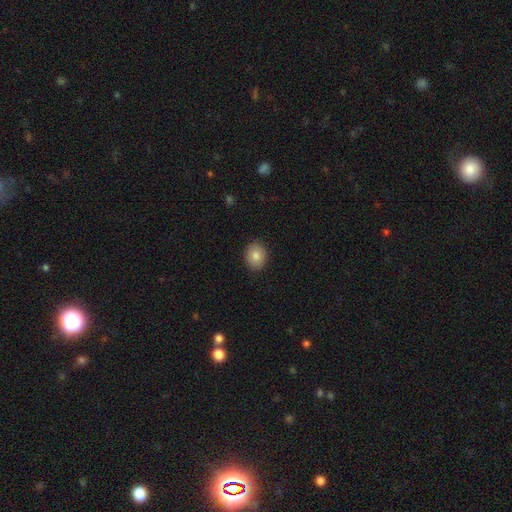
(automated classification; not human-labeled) This appears to be a smooth galaxy with no disk features (84%) that is round (63%). Merging: none (90%).